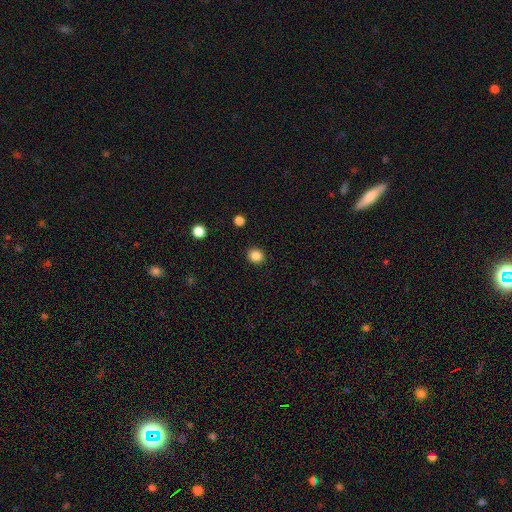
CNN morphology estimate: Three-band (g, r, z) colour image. It shows a smooth galaxy with no disk features (86%) that is round (79%). Merging: none (91%).